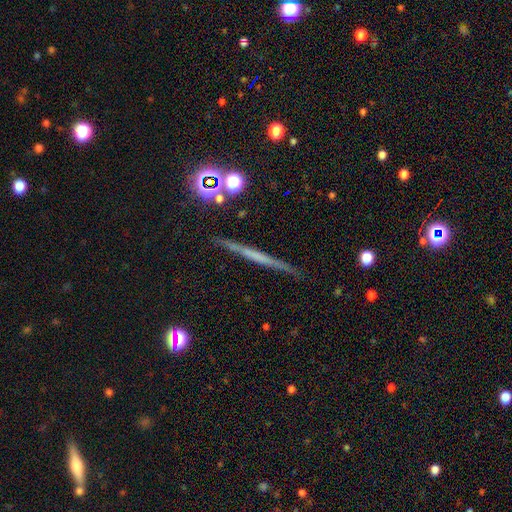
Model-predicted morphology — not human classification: Q: Smooth or featured?
A: featured or disk (53%); runner-up: smooth (32%)
Q: Edge-on disk?
A: yes (96%); runner-up: no (4%)
Q: Edge-on bulge?
A: none (84%); runner-up: rounded (10%)
Q: Merging?
A: none (88%); runner-up: minor disturbance (8%)